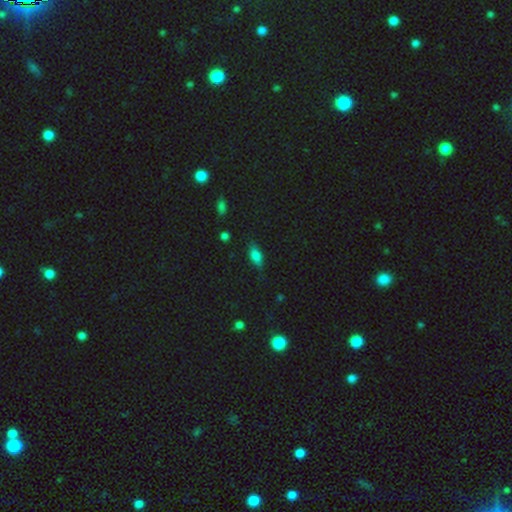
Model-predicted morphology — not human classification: Smooth or featured? smooth (72%)
How rounded? in between (81%)
Merging? none (76%)